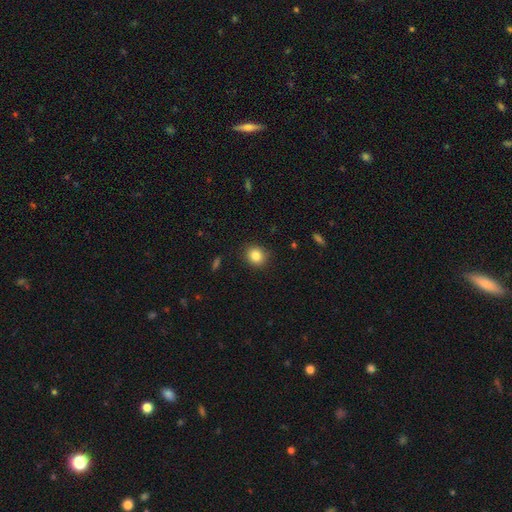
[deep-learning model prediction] This is clearly a smooth galaxy (84%). How rounded: likely round (77%). Merging: clearly none (89%).